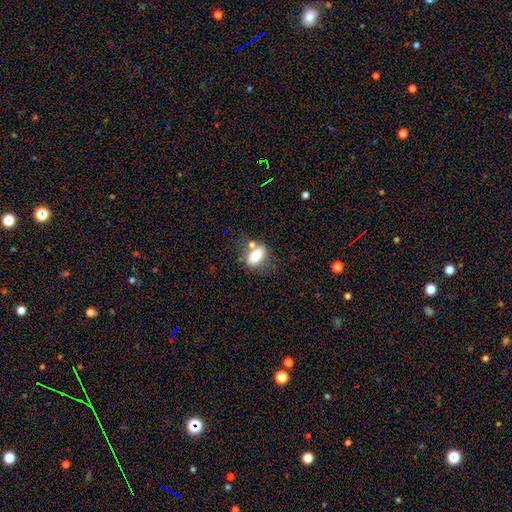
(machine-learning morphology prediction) This is likely a smooth galaxy (77%). How rounded: clearly in between (85%). Merging: possibly none (50%).